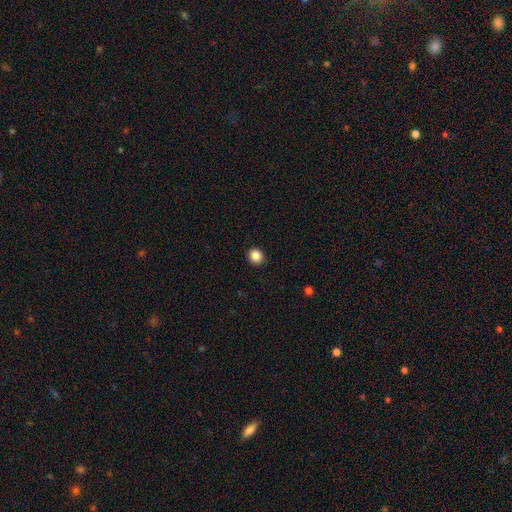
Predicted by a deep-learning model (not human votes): Q: Smooth or featured?
A: smooth (86%); runner-up: star or artifact (10%)
Q: How rounded?
A: round (89%); runner-up: in between (11%)
Q: Merging?
A: none (92%); runner-up: minor disturbance (5%)